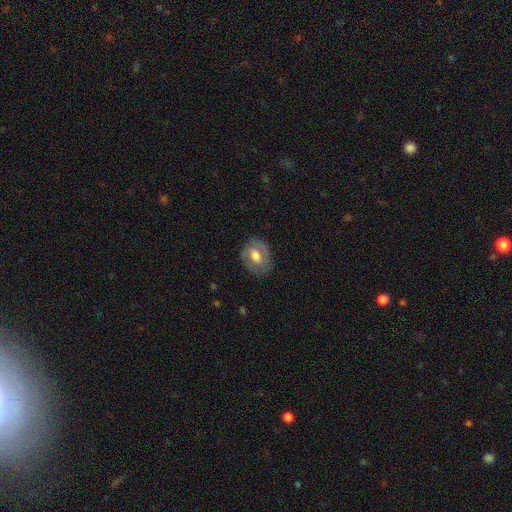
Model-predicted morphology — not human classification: Smooth or featured: featured or disk — 53% (smooth — 40%)
Edge-on disk: no — 95% (yes — 5%)
Bar: no — 51% (weak — 37%)
Spiral arms: yes — 58% (no — 42%)
Bulge size: moderate — 54% (large — 34%)
Merging: none — 77% (minor disturbance — 16%)